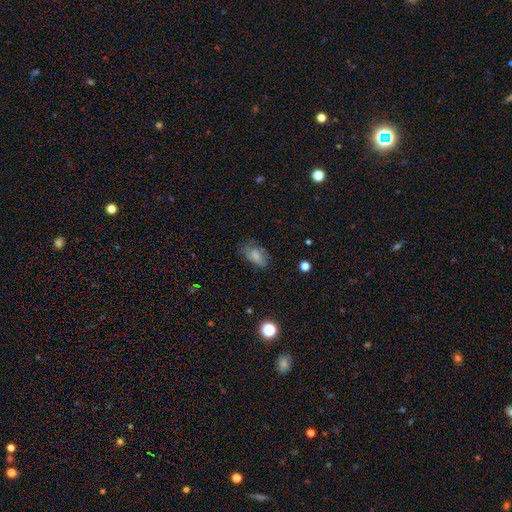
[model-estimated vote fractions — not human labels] Smooth or featured: smooth — 76% (featured or disk — 13%)
How rounded: in between — 89% (round — 7%)
Merging: none — 60% (minor disturbance — 27%)